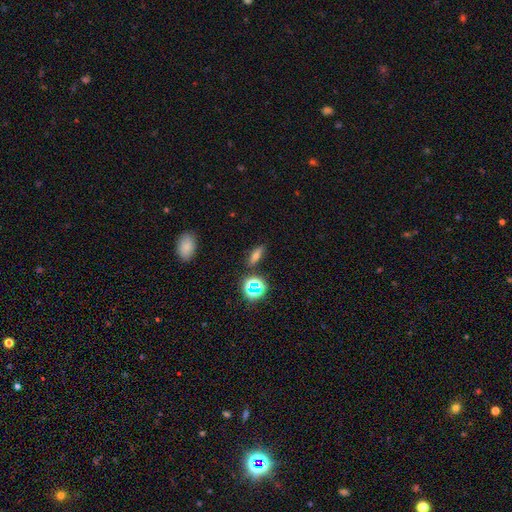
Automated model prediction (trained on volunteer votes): Smooth or featured?
  - smooth: 60% *
  - star or artifact: 22%
  - featured or disk: 18%
How rounded?
  - in between: 56% *
  - cigar-shaped: 33%
  - round: 11%
Merging?
  - none: 83% *
  - minor disturbance: 11%
  - merger: 4%
  - major disturbance: 3%